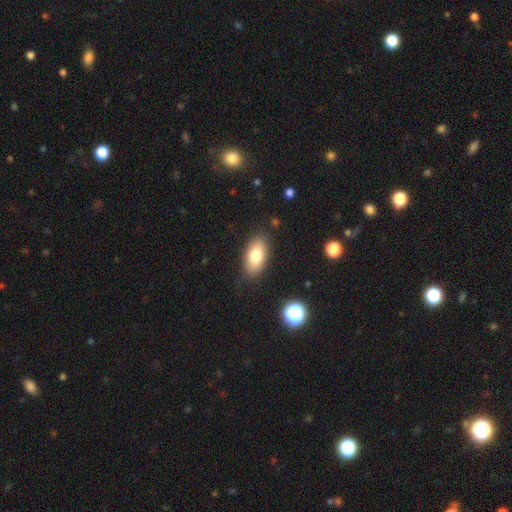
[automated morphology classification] Overall: smooth (78%). How rounded: in between (91%). Merging: none (85%).